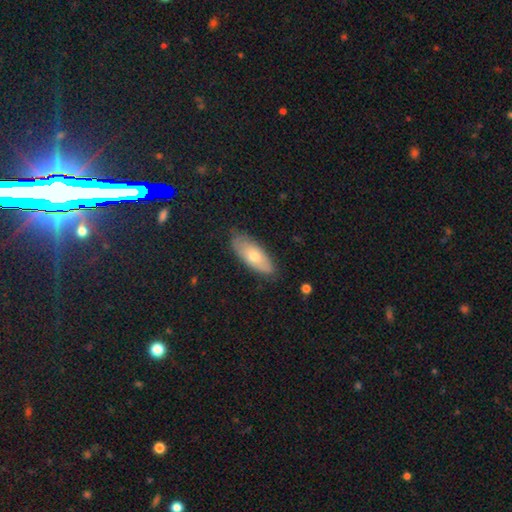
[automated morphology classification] The model was most divided on "smooth or featured": smooth: 64%, featured or disk: 30%, star or artifact: 6%. More confident: how rounded — in between (80%); merging — none (77%).